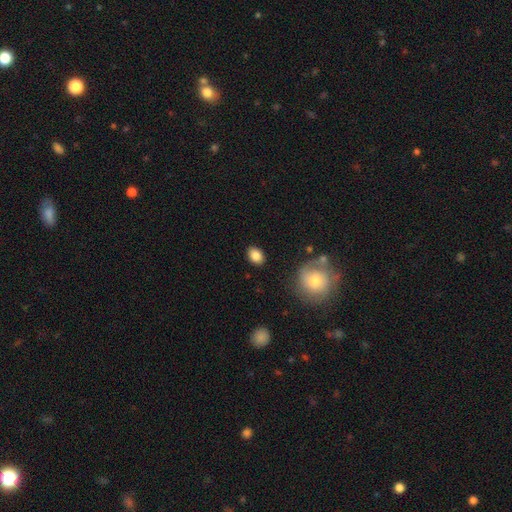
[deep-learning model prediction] smooth 86%, star or artifact 8%, featured or disk 6%. Down the decision tree: how rounded — in between (75%); merging — none (87%).